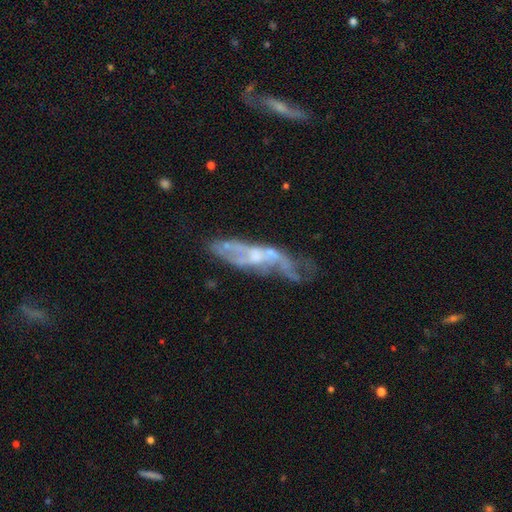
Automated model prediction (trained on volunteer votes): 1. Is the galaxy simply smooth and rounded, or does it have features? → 69% featured or disk, 23% smooth, 9% star or artifact.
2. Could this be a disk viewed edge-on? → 75% no, 25% yes.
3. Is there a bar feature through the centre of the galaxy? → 72% no, 22% weak, 5% strong.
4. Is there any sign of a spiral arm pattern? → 58% no, 42% yes.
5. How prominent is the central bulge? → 36% moderate, 33% small, 25% none, 4% large, 1% dominant.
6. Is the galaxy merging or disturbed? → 36% none, 27% major disturbance, 23% minor disturbance, 14% merger.